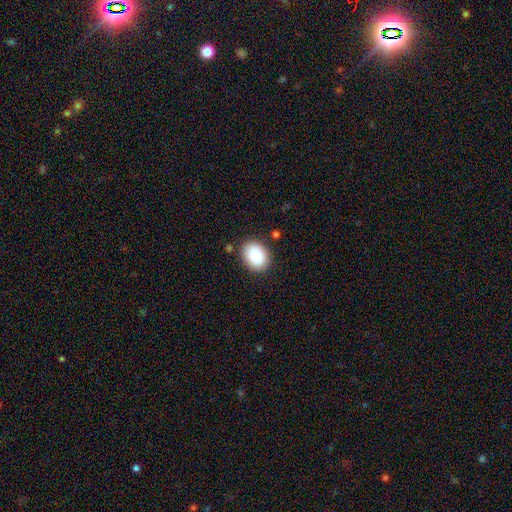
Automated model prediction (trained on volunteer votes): A smooth galaxy with no disk features (89%) that is in between round and cigar-shaped (67%). Merging: none (85%).